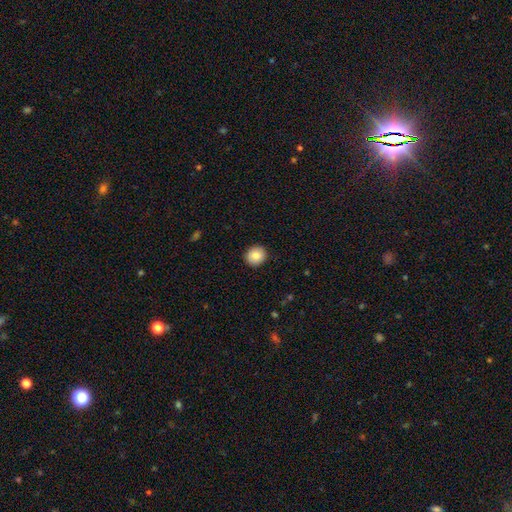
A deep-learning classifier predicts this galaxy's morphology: This appears to be a smooth galaxy with no disk features (82%) that is round (88%). Merging: none (91%).